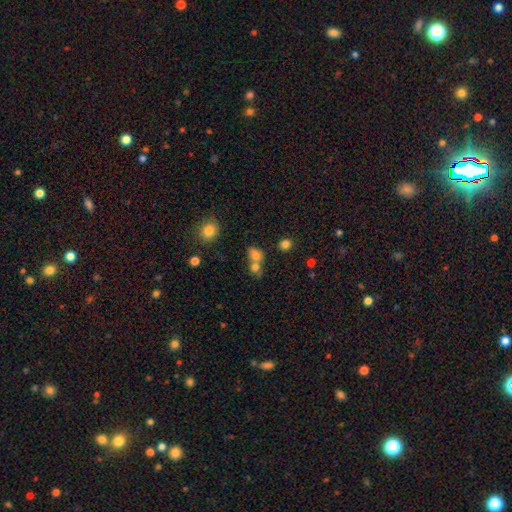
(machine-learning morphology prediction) The model was most divided on "how rounded": round: 53%, in between: 45%, cigar-shaped: 2%. More confident: smooth or featured — smooth (74%); merging — merger (52%).